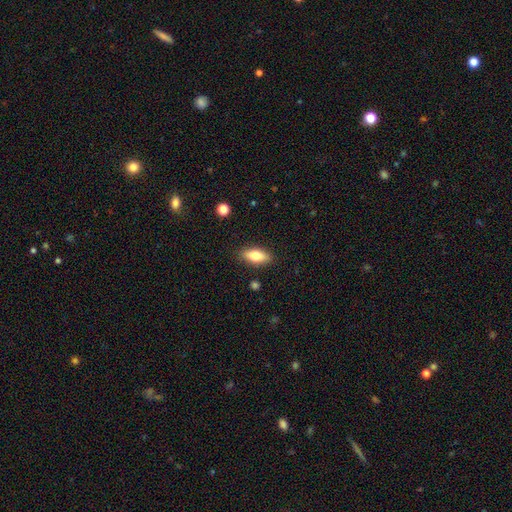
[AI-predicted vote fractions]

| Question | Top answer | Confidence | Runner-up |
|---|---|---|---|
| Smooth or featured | smooth | 74% | featured or disk (19%) |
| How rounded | in between | 77% | cigar-shaped (20%) |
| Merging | none | 87% | minor disturbance (9%) |